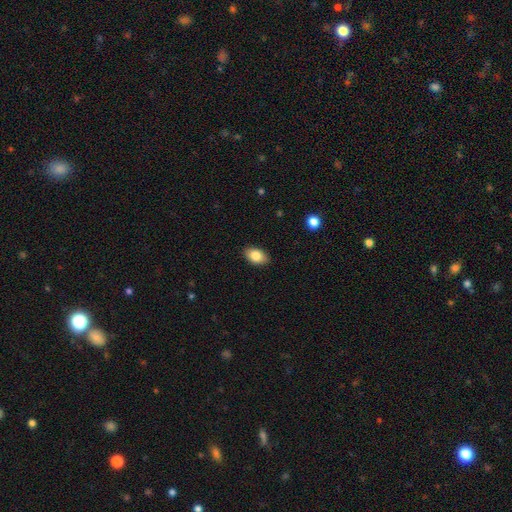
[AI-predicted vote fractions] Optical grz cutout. It shows a smooth galaxy with no disk features (84%) that is in between round and cigar-shaped (91%). Merging: none (89%).